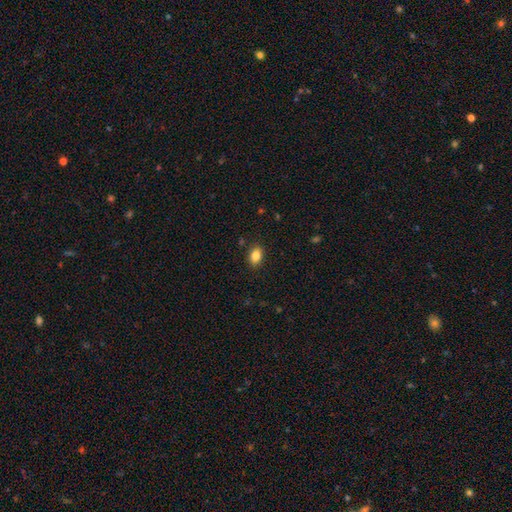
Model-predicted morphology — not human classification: Smooth or featured? Predicted: smooth (p=0.85). How rounded? Predicted: in between (p=0.83). Merging? Predicted: none (p=0.88).